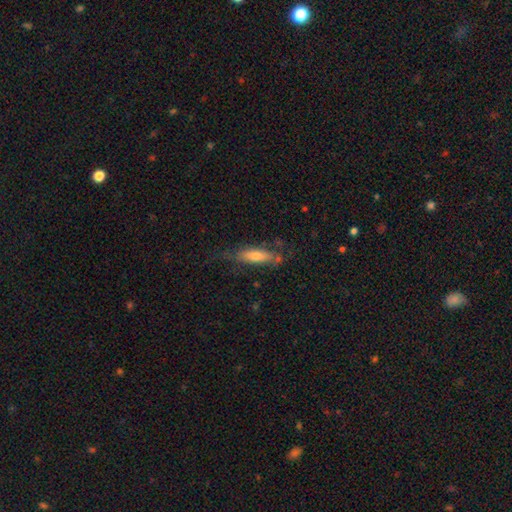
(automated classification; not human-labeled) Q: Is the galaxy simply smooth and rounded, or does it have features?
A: smooth — 57%.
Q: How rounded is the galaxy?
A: cigar-shaped — 57%.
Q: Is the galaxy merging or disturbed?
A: none — 59%.